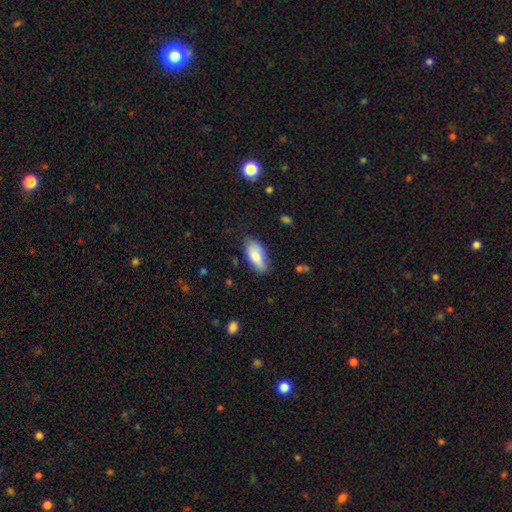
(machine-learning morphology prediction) type=smooth (80%); roundness=in between (87%); merging=none (71%).